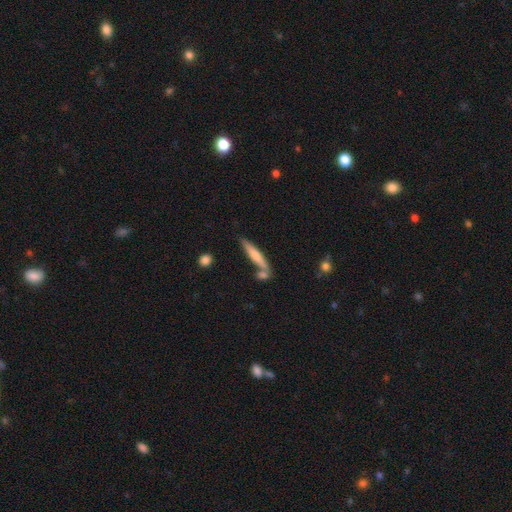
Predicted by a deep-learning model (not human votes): The model was most divided on "smooth or featured": smooth: 62%, featured or disk: 32%, star or artifact: 6%. More confident: how rounded — cigar-shaped (89%); merging — none (66%).